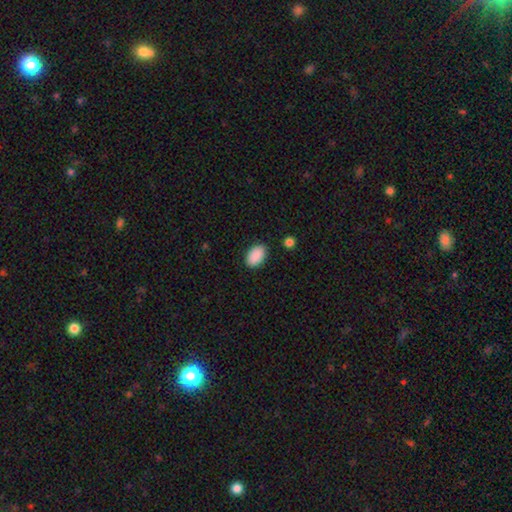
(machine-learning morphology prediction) A smooth galaxy with no disk features (91%) that is in between round and cigar-shaped (92%).

Vote fractions:
- Smooth or featured? smooth: 91% / star or artifact: 7% / featured or disk: 3%
- How rounded? in between: 92% / round: 7% / cigar-shaped: 1%
- Merging? none: 88% / minor disturbance: 9% / major disturbance: 2% / merger: 1%